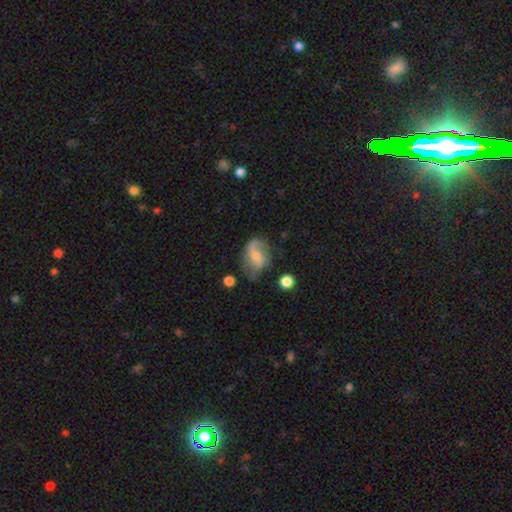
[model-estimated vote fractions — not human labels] smooth-or-featured: featured or disk: 55% | smooth: 37% | star or artifact: 8%
  disk-edge-on: no: 96% | yes: 4%
    bar: no: 45% | weak: 41% | strong: 15%
    has-spiral-arms: yes: 81% | no: 19%
    bulge-size: small: 50% | moderate: 38% | none: 8% | large: 3% | dominant: 1%
  merging: none: 51% | minor disturbance: 29% | major disturbance: 16% | merger: 4%